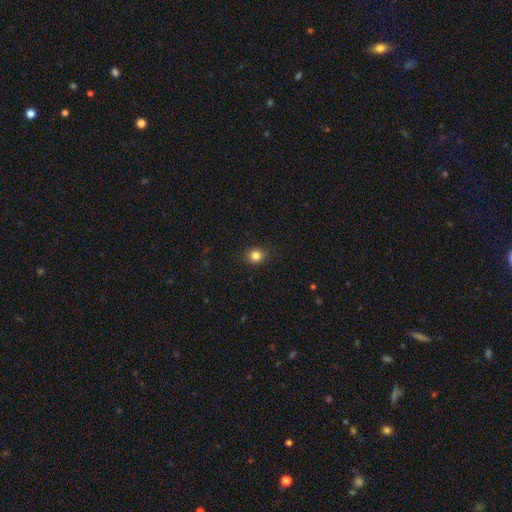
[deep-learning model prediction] Smooth or featured?
  - smooth: 84% *
  - star or artifact: 11%
  - featured or disk: 5%
How rounded?
  - round: 79% *
  - in between: 20%
  - cigar-shaped: 1%
Merging?
  - none: 90% *
  - minor disturbance: 7%
  - major disturbance: 2%
  - merger: 1%